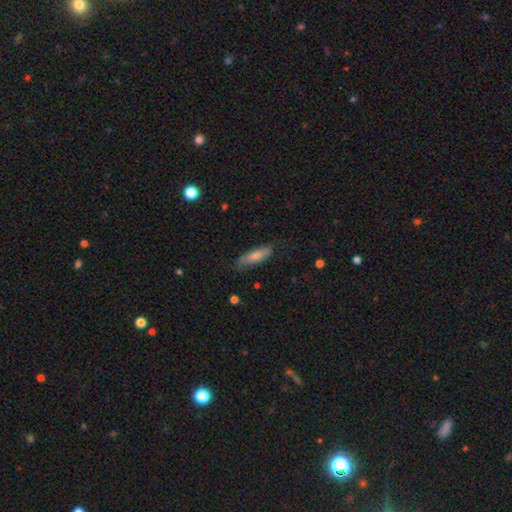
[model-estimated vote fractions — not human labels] Q: Smooth or featured?
A: smooth (60%); runner-up: featured or disk (32%)
Q: How rounded?
A: cigar-shaped (57%); runner-up: in between (41%)
Q: Merging?
A: none (76%); runner-up: minor disturbance (19%)